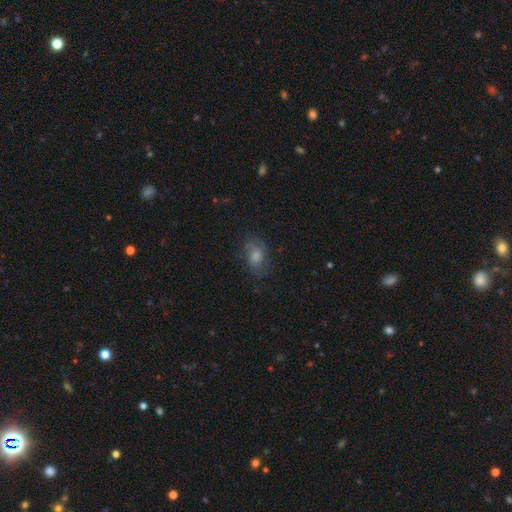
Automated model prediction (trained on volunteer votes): Smooth or featured?
  - smooth: 46% *
  - featured or disk: 36%
  - star or artifact: 18%
Merging?
  - none: 71% *
  - minor disturbance: 19%
  - major disturbance: 9%
  - merger: 1%